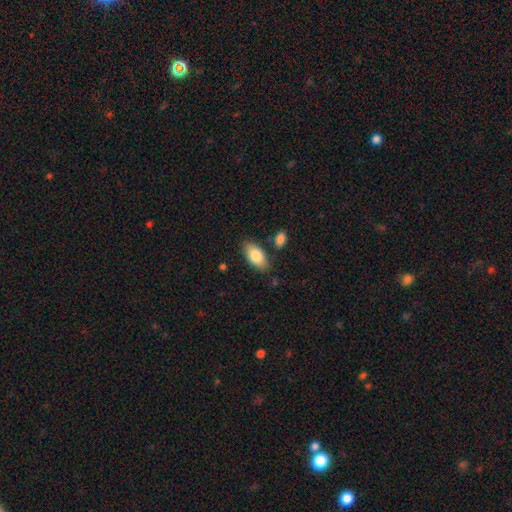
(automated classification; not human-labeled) smooth 82%, featured or disk 12%, star or artifact 6%. Down the decision tree: how rounded — in between (92%); merging — none (81%).